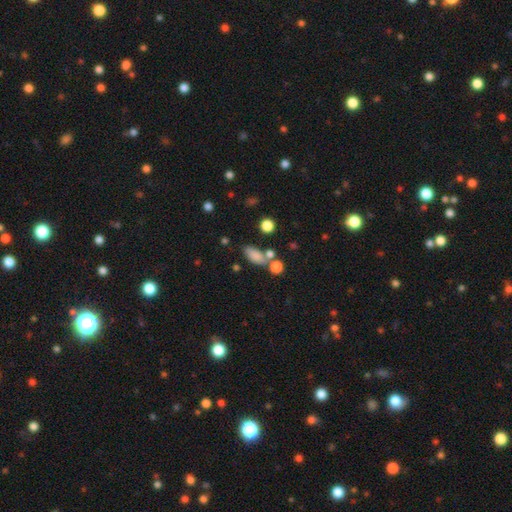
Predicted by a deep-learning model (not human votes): This appears to be a smooth galaxy with no disk features (80%) that is in between round and cigar-shaped (82%). Merging: none (57%).